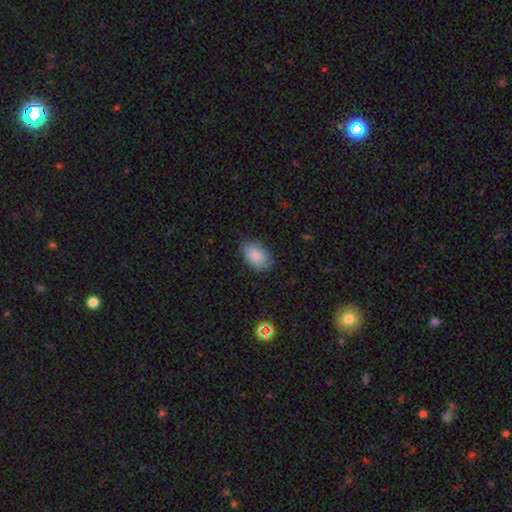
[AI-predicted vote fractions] Smooth or featured? Predicted: smooth (p=0.87). How rounded? Predicted: in between (p=0.90). Merging? Predicted: none (p=0.78).